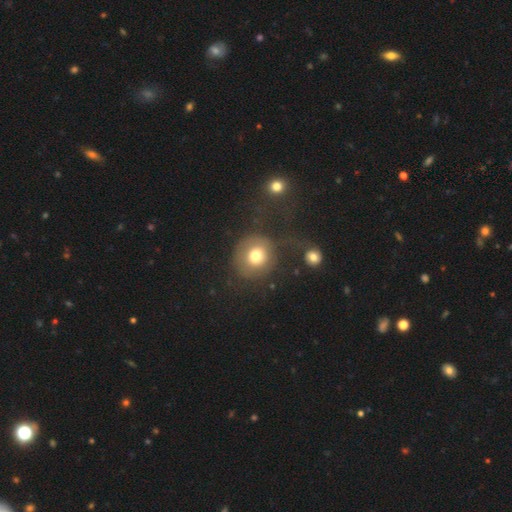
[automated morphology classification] Smooth or featured?
  - smooth: 72% *
  - featured or disk: 17%
  - star or artifact: 12%
How rounded?
  - round: 87% *
  - in between: 12%
  - cigar-shaped: 1%
Merging?
  - none: 59% *
  - major disturbance: 19%
  - minor disturbance: 16%
  - merger: 7%